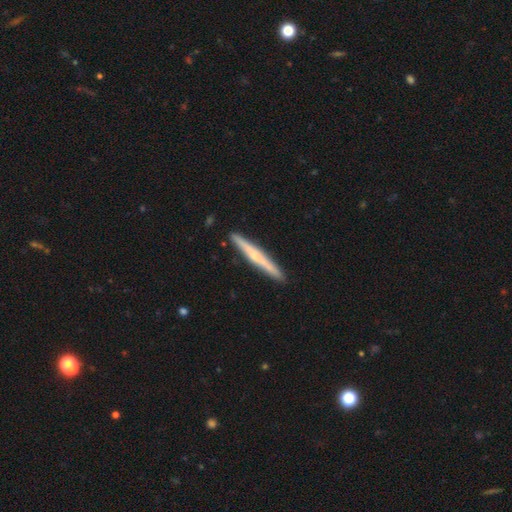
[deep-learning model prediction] Smooth or featured?
  - featured or disk: 58% *
  - smooth: 37%
  - star or artifact: 5%
Edge-on disk?
  - yes: 97% *
  - no: 3%
Edge-on bulge?
  - rounded: 64% *
  - none: 31%
  - boxy: 5%
Merging?
  - none: 91% *
  - minor disturbance: 6%
  - merger: 1%
  - major disturbance: 1%